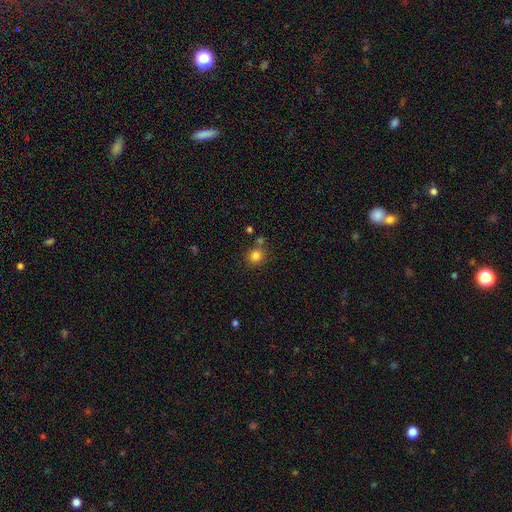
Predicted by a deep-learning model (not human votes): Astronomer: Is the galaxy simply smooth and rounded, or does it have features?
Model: smooth — 83%.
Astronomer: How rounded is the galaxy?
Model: round — 86%.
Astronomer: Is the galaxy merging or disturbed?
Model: none — 72%.